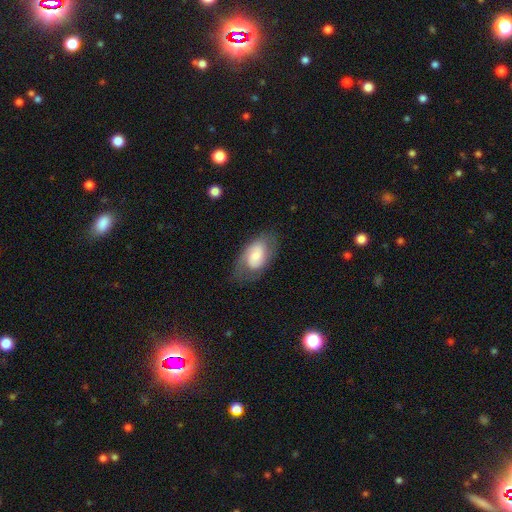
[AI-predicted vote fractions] Smooth or featured? smooth (54%)
How rounded? in between (92%)
Merging? none (59%)